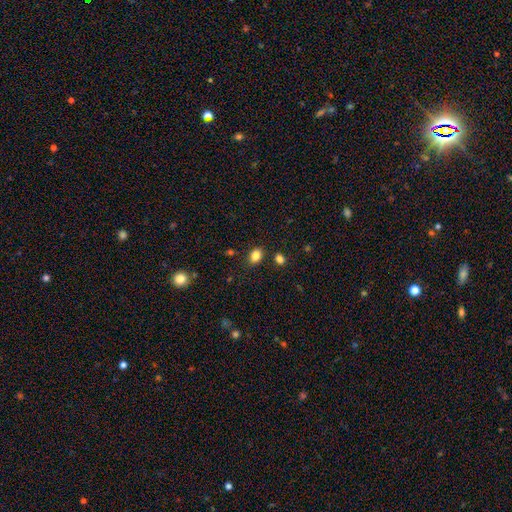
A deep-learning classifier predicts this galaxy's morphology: Smooth or featured? smooth (84%)
How rounded? in between (70%)
Merging? none (83%)